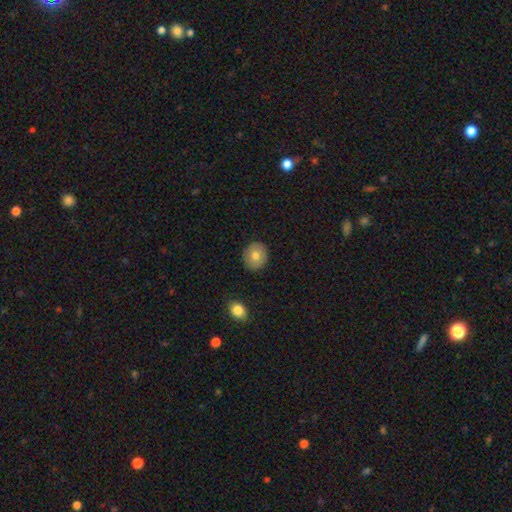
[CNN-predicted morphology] smooth-or-featured: smooth: 73% | featured or disk: 19% | star or artifact: 8%
  how-rounded: round: 77% | in between: 22% | cigar-shaped: 1%
  merging: none: 89% | minor disturbance: 7% | major disturbance: 2% | merger: 1%